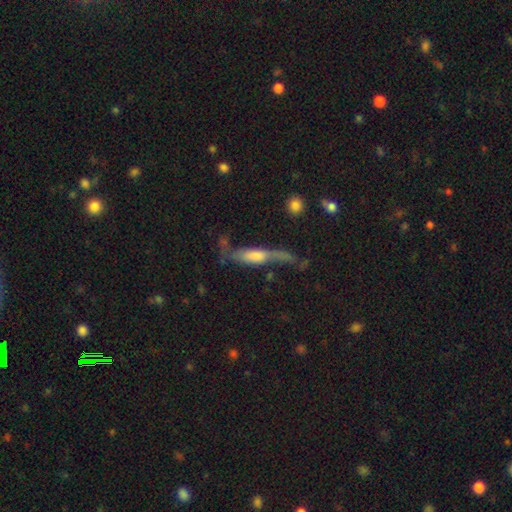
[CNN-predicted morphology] A featured or disk galaxy (57%) viewed edge-on (63%). Merging: none (41%).